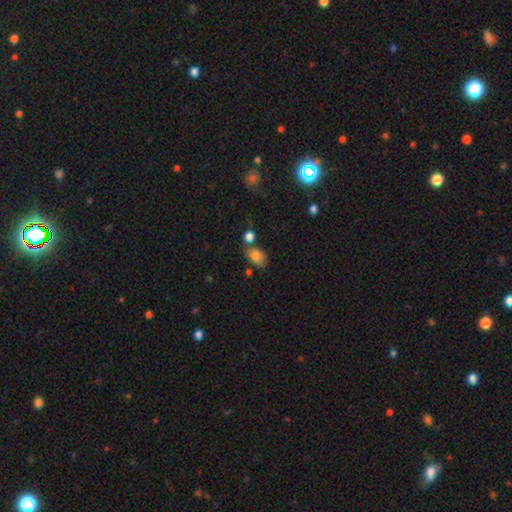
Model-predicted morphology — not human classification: Q: Smooth or featured?
A: smooth (81%); runner-up: featured or disk (10%)
Q: How rounded?
A: in between (85%); runner-up: round (13%)
Q: Merging?
A: none (58%); runner-up: merger (19%)